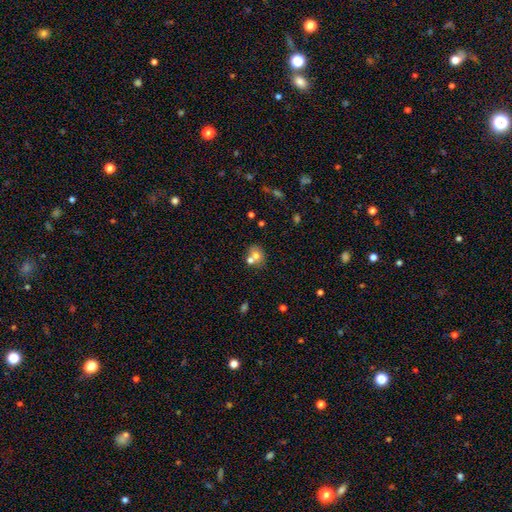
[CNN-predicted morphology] Smooth or featured: smooth — 68% (featured or disk — 20%)
How rounded: round — 67% (in between — 32%)
Merging: none — 46% (merger — 40%)